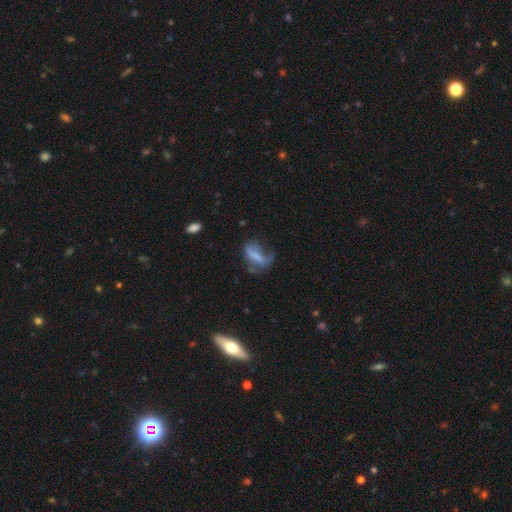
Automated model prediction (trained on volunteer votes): smooth-or-featured: smooth: 58% | featured or disk: 31% | star or artifact: 11%
  how-rounded: in between: 71% | cigar-shaped: 23% | round: 7%
  merging: none: 35% | major disturbance: 31% | minor disturbance: 29% | merger: 5%